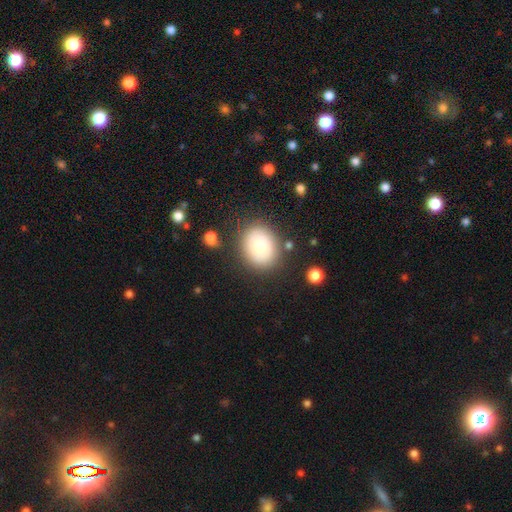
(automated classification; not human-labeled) The model was most divided on "how rounded": round: 56%, in between: 43%, cigar-shaped: 1%. More confident: merging — none (84%); smooth or featured — smooth (77%).